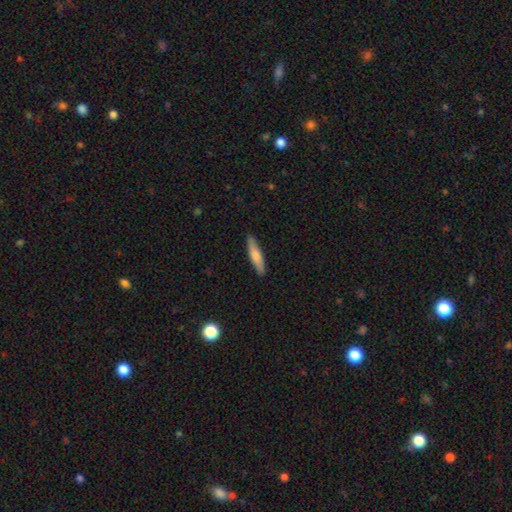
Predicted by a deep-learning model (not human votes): Smooth or featured? Predicted: smooth (p=0.73). How rounded? Predicted: cigar-shaped (p=0.80). Merging? Predicted: none (p=0.89).